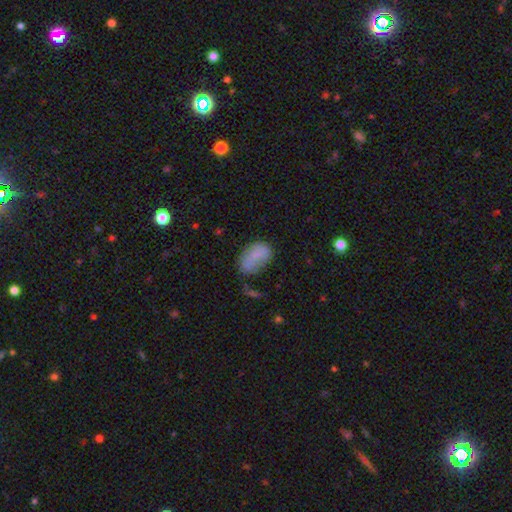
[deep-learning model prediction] A smooth galaxy with no disk features (74%) that is in between round and cigar-shaped (89%). Merging: none (44%).